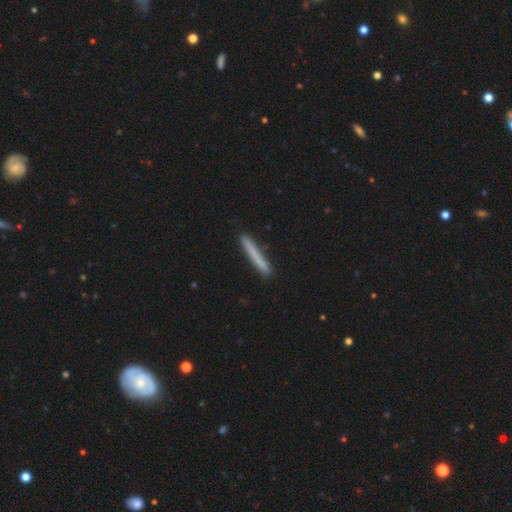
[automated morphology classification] Q: Smooth or featured?
A: smooth (73%); runner-up: featured or disk (21%)
Q: How rounded?
A: cigar-shaped (97%); runner-up: in between (2%)
Q: Merging?
A: none (89%); runner-up: minor disturbance (8%)